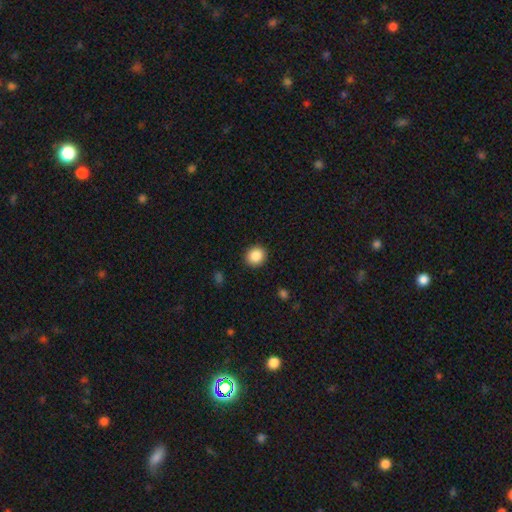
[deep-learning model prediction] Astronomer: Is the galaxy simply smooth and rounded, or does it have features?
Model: smooth — 88%.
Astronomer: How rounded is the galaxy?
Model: round — 84%.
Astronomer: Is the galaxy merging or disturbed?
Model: none — 91%.